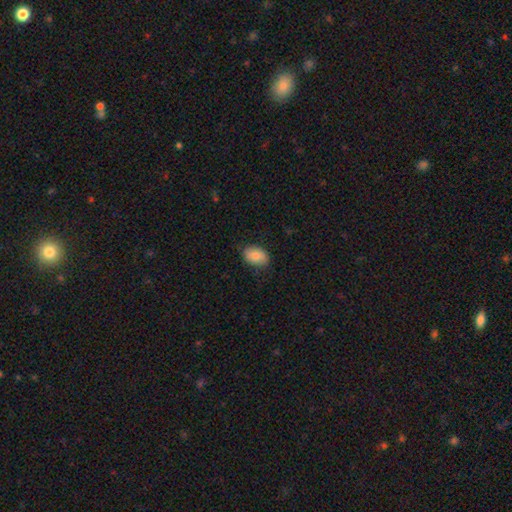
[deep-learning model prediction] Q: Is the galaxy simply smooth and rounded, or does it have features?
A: smooth — 82%.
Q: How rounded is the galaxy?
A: in between — 83%.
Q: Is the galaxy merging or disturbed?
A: none — 81%.